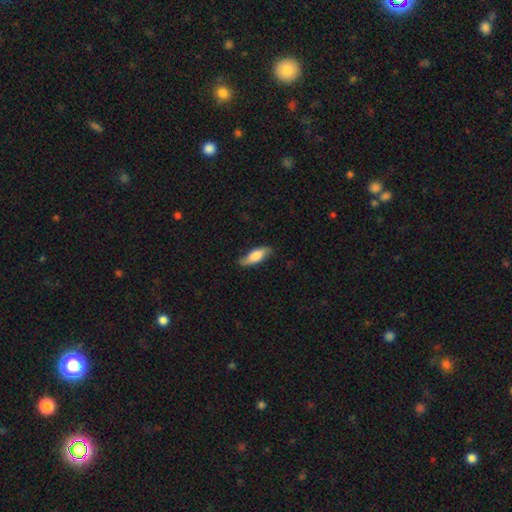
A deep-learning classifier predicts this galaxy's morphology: type=smooth (69%); roundness=in between (62%); merging=none (76%).